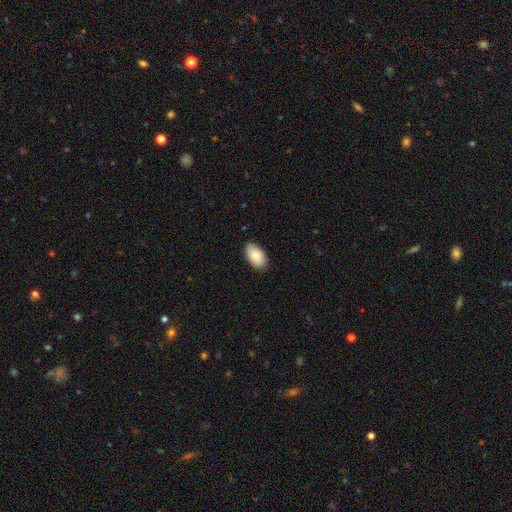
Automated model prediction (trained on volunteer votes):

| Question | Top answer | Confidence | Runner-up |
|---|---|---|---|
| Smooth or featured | smooth | 83% | featured or disk (10%) |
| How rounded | in between | 95% | round (4%) |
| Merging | none | 82% | minor disturbance (15%) |